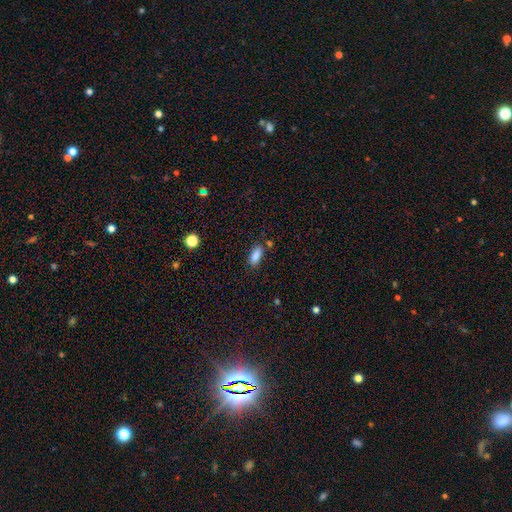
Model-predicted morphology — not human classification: smooth 86%, star or artifact 9%, featured or disk 5%. Down the decision tree: how rounded — in between (85%); merging — none (77%).